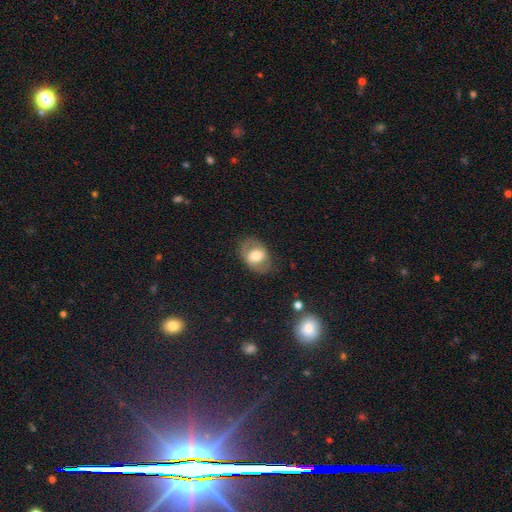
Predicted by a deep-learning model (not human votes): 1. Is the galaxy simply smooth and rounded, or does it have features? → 54% smooth, 38% featured or disk, 8% star or artifact.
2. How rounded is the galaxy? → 68% in between, 31% round, 1% cigar-shaped.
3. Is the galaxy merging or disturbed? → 74% none, 15% minor disturbance, 9% major disturbance, 1% merger.